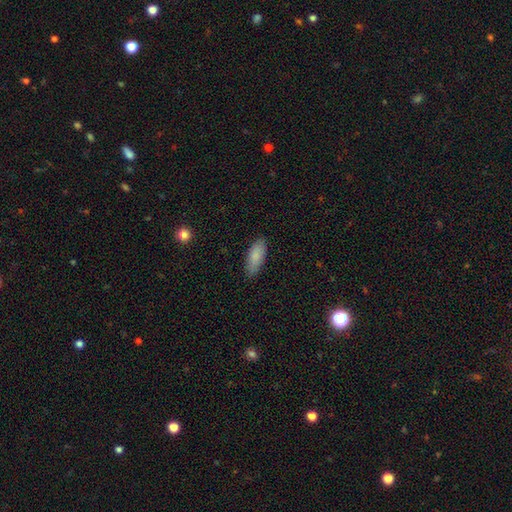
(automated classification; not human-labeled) smooth 86%, featured or disk 8%, star or artifact 6%. Down the decision tree: how rounded — in between (77%); merging — none (86%).